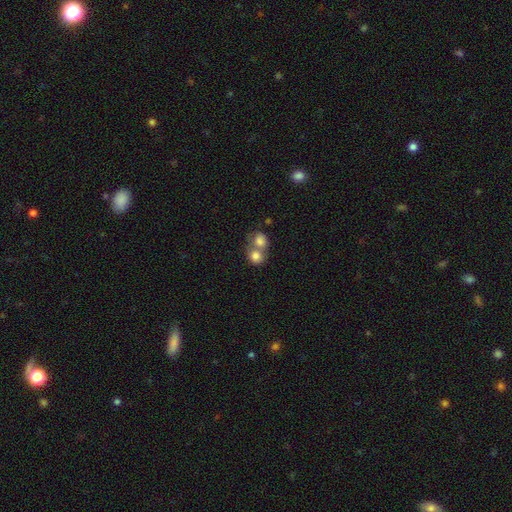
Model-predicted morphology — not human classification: smooth-or-featured: smooth: 80% | featured or disk: 11% | star or artifact: 9%
  how-rounded: round: 74% | in between: 25% | cigar-shaped: 1%
  merging: merger: 65% | none: 26% | minor disturbance: 6% | major disturbance: 3%